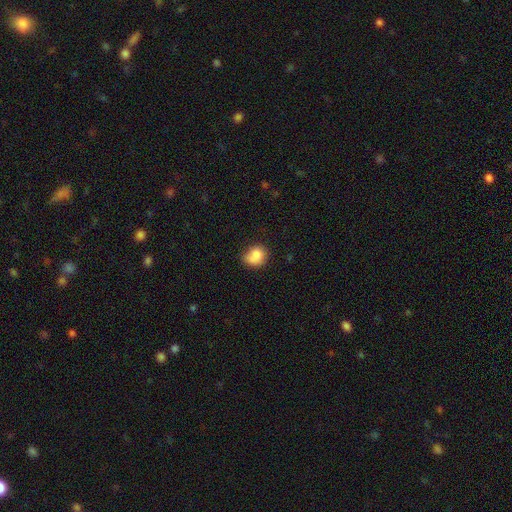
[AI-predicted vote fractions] Q: Smooth or featured?
A: smooth (80%); runner-up: featured or disk (11%)
Q: How rounded?
A: round (66%); runner-up: in between (33%)
Q: Merging?
A: none (53%); runner-up: minor disturbance (30%)